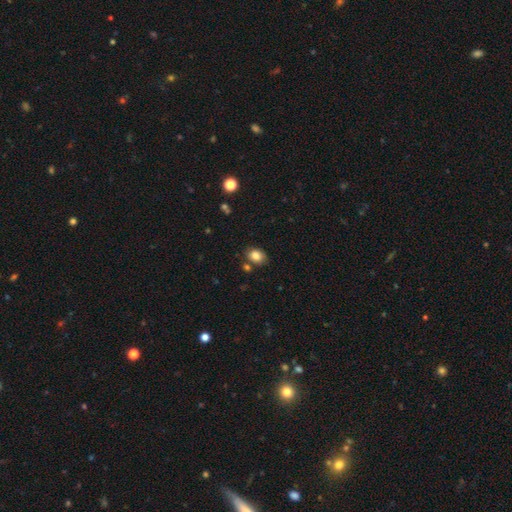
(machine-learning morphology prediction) Smooth or featured?
  - smooth: 83% *
  - star or artifact: 10%
  - featured or disk: 7%
How rounded?
  - in between: 62% *
  - round: 37%
  - cigar-shaped: 1%
Merging?
  - none: 78% *
  - minor disturbance: 12%
  - merger: 6%
  - major disturbance: 3%